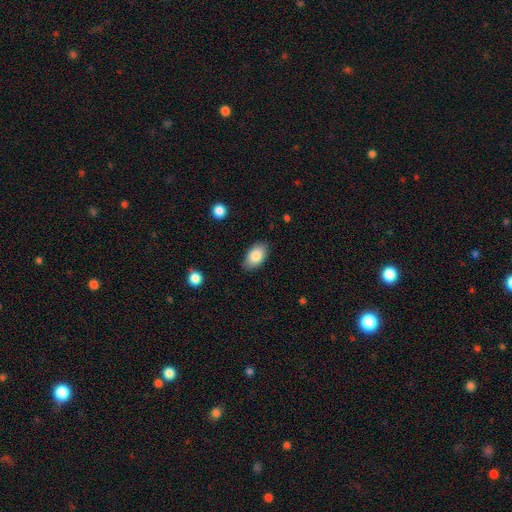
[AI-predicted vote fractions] The model was most divided on "merging": none: 83%, minor disturbance: 13%, major disturbance: 3%, merger: 1%. More confident: how rounded — in between (93%); smooth or featured — smooth (84%).